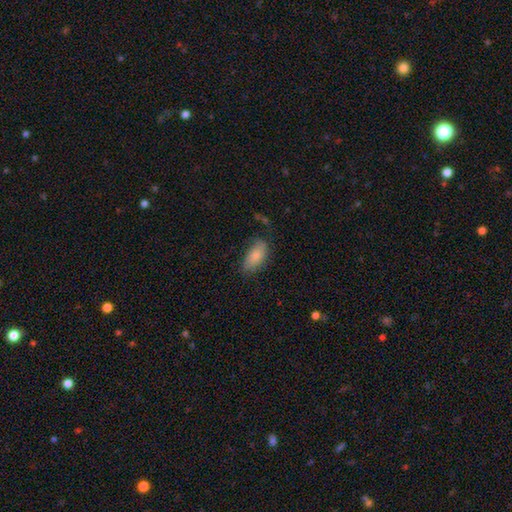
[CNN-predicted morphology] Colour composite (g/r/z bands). It shows a smooth galaxy with no disk features (81%) that is in between round and cigar-shaped (93%). Merging: none (66%).